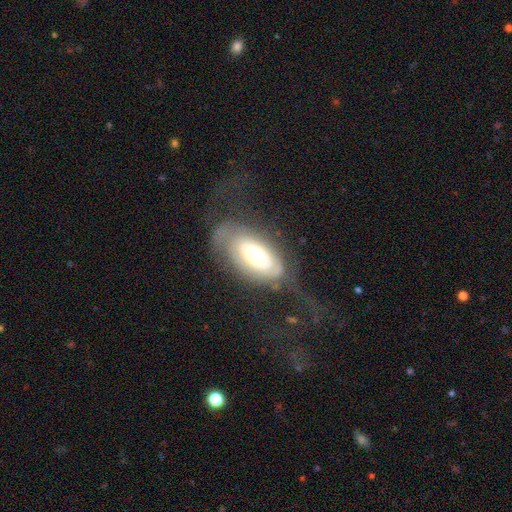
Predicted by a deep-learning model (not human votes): Smooth or featured? featured or disk (60%)
Edge-on disk? no (90%)
Bar? no (81%)
Spiral arms? yes (59%)
Bulge size? moderate (55%)
Merging? none (47%)